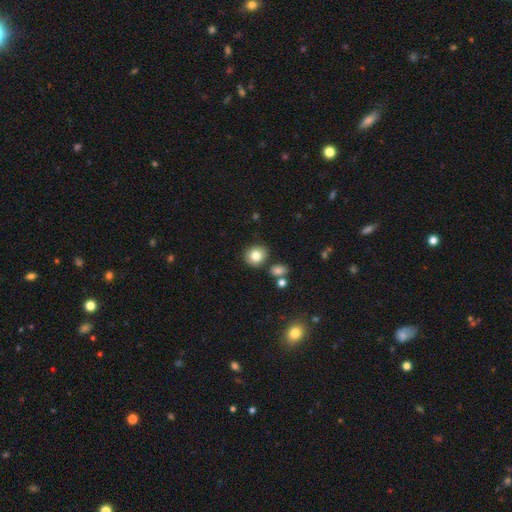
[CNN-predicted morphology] This is clearly a smooth galaxy (80%). How rounded: likely round (79%). Merging: clearly none (82%).